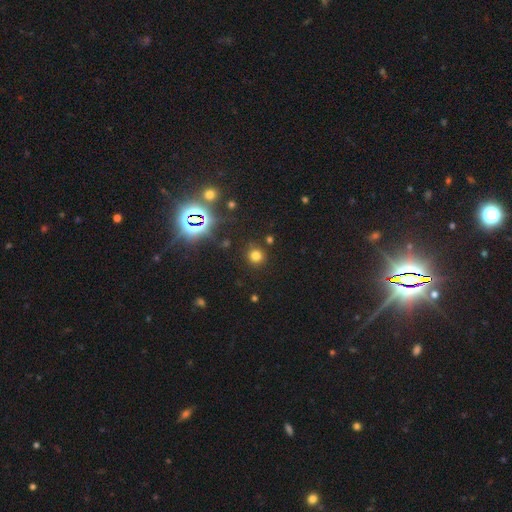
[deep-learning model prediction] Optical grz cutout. It shows a smooth galaxy with no disk features (71%) that is round (92%). Merging: none (85%).